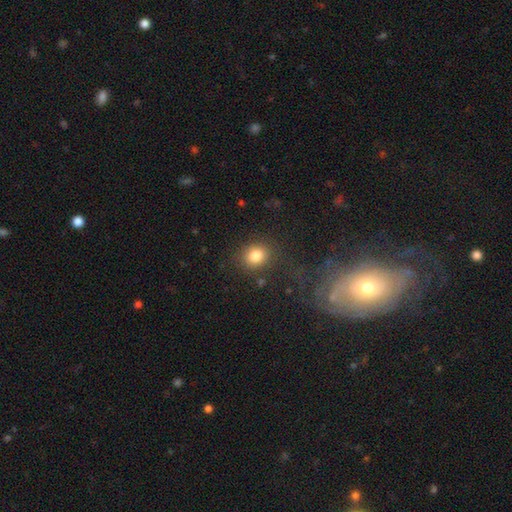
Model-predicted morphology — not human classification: Q: Smooth or featured?
A: smooth (83%); runner-up: star or artifact (10%)
Q: How rounded?
A: round (70%); runner-up: in between (29%)
Q: Merging?
A: none (81%); runner-up: minor disturbance (10%)